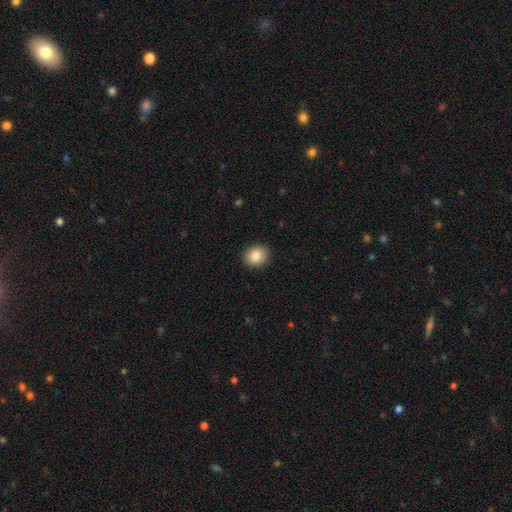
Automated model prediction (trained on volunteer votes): The model was most divided on "how rounded": round: 65%, in between: 34%, cigar-shaped: 1%. More confident: merging — none (91%); smooth or featured — smooth (86%).